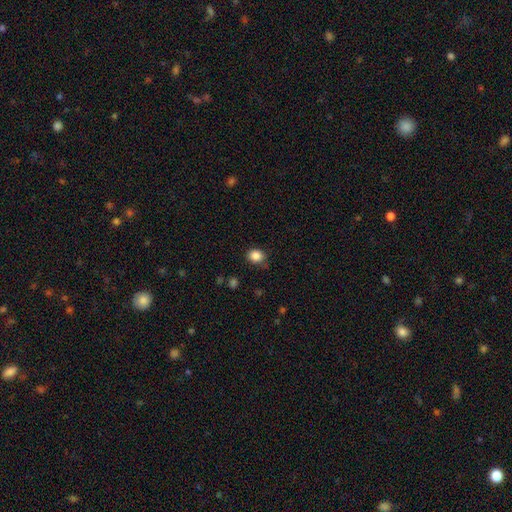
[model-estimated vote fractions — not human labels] A smooth galaxy with no disk features (86%) that is round (65%). Merging: none (80%).